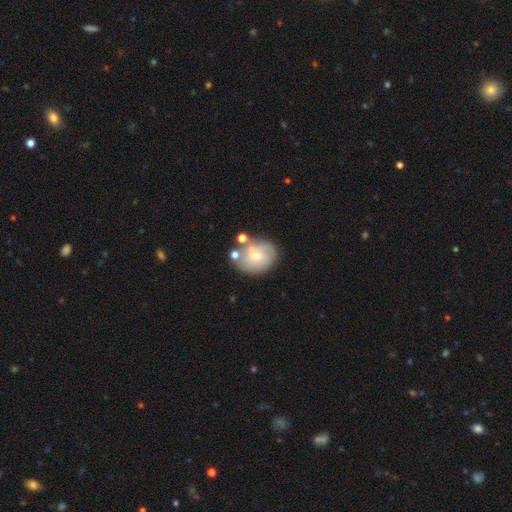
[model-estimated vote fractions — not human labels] The model was most divided on "smooth or featured": featured or disk: 52%, smooth: 40%, star or artifact: 9%. More confident: edge-on disk — no (97%); spiral arms — yes (74%); bar — no (69%); bulge size — small (67%); merging — none (57%).